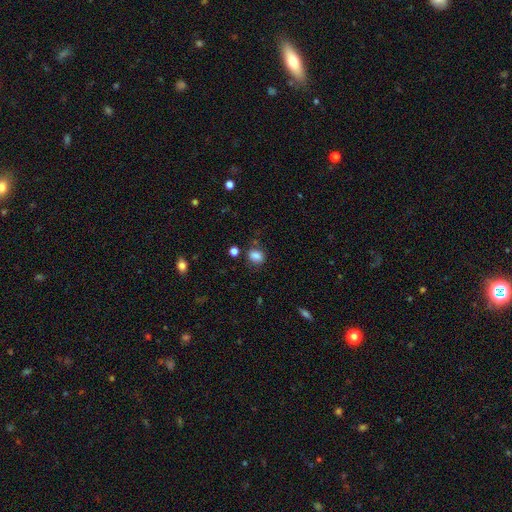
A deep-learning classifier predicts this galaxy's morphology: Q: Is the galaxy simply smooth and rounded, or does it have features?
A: smooth — 84%.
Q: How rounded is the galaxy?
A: in between — 58%.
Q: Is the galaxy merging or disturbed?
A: none — 73%.